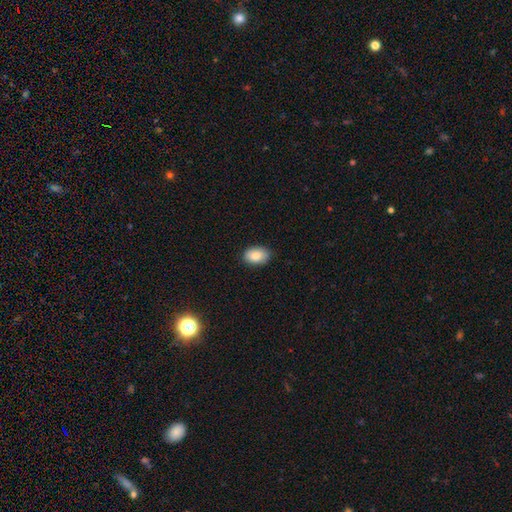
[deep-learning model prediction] Smooth or featured?
  - smooth: 85% *
  - star or artifact: 8%
  - featured or disk: 7%
How rounded?
  - in between: 86% *
  - round: 12%
  - cigar-shaped: 1%
Merging?
  - none: 87% *
  - minor disturbance: 10%
  - major disturbance: 2%
  - merger: 1%